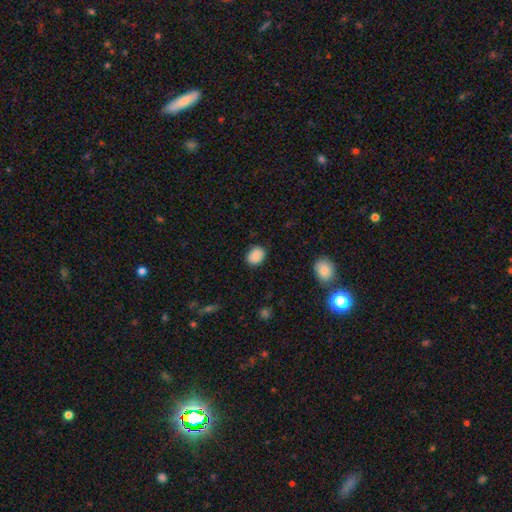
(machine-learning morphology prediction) Overall: smooth (88%). How rounded: in between (57%; round 42%). Merging: none (84%).